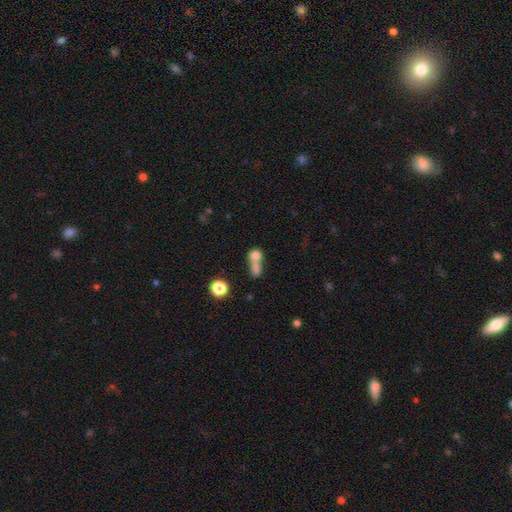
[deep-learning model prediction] A smooth galaxy with no disk features (56%) that is round (48%).

Vote fractions:
- Smooth or featured? smooth: 56% / star or artifact: 25% / featured or disk: 19%
- How rounded? round: 48% / in between: 42% / cigar-shaped: 10%
- Merging? merger: 44% / none: 40% / minor disturbance: 9% / major disturbance: 7%